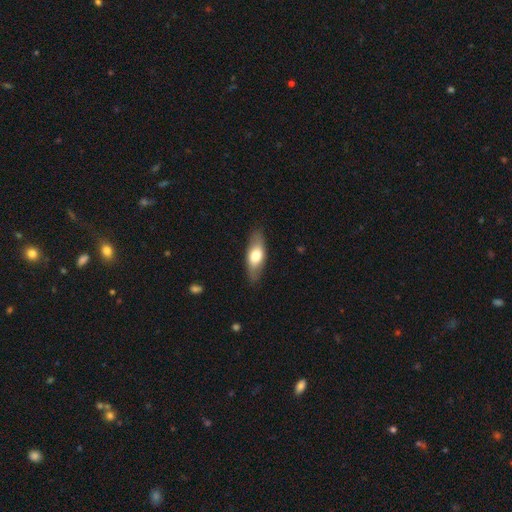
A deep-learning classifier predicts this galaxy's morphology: type=smooth (64%); roundness=in between (70%); merging=none (85%).